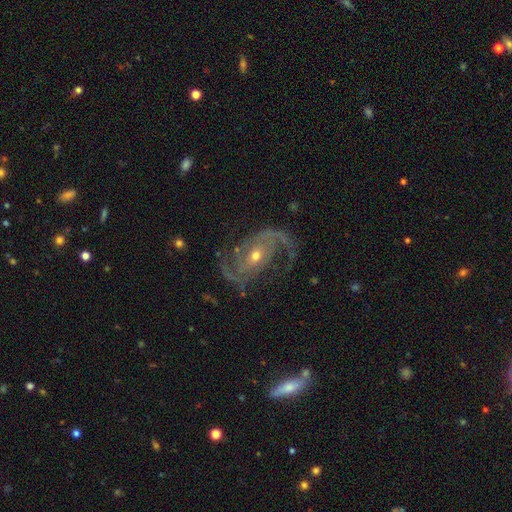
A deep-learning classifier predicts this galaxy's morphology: This is clearly a featured or disk galaxy (91%). It is clearly not viewed edge-on (97%). Bar: possibly no (52%). Spiral arm pattern: clearly yes (97%). Spiral arm count: clearly 2 (81%). Spiral winding: possibly medium (52%). Central bulge: possibly small (50%). Merging: likely none (70%).